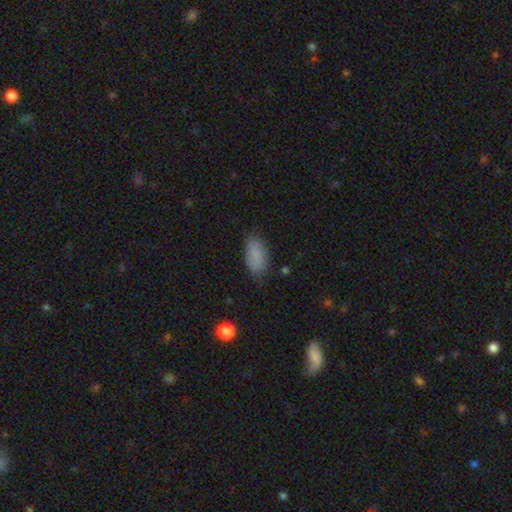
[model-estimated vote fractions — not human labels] This is clearly a smooth galaxy (85%). How rounded: clearly in between (92%). Merging: likely none (76%).